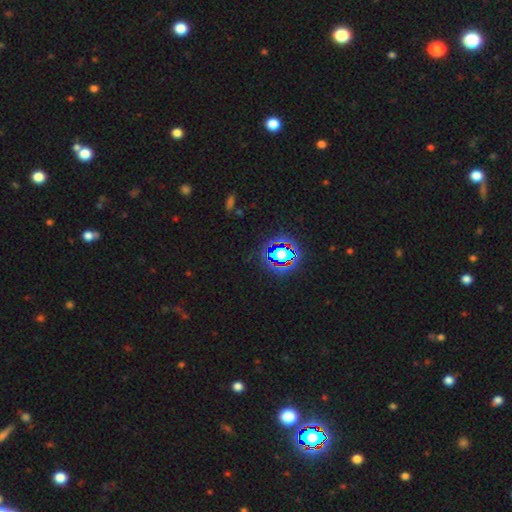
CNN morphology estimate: Smooth or featured?
  - star or artifact: 80% *
  - smooth: 12%
  - featured or disk: 8%